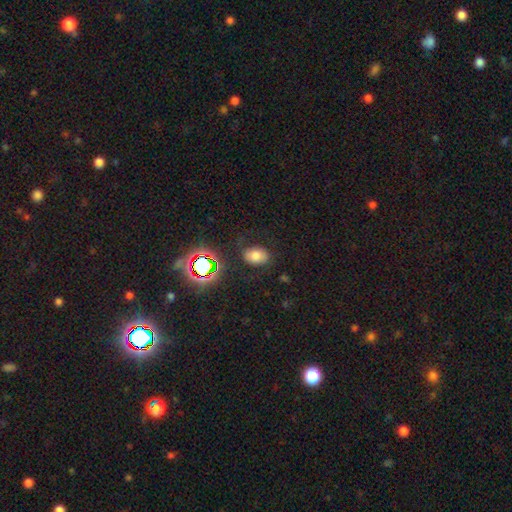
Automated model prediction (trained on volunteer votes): smooth-or-featured: smooth: 68% | star or artifact: 18% | featured or disk: 13%
  how-rounded: in between: 76% | round: 22% | cigar-shaped: 1%
  merging: none: 78% | minor disturbance: 14% | major disturbance: 6% | merger: 2%